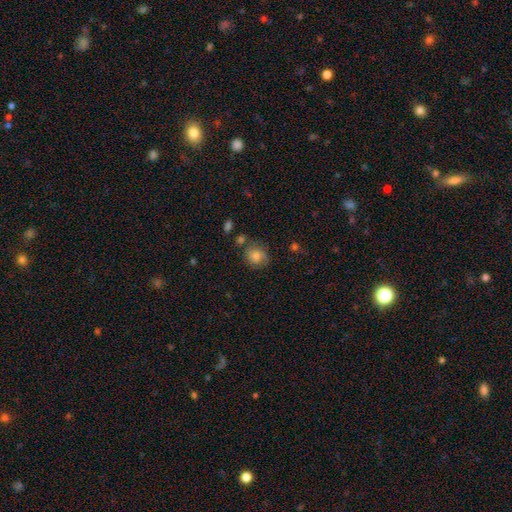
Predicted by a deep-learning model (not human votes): A smooth galaxy with no disk features (66%) that is round (73%).

Vote fractions:
- Smooth or featured? smooth: 66% / featured or disk: 23% / star or artifact: 10%
- How rounded? round: 73% / in between: 26% / cigar-shaped: 1%
- Merging? none: 66% / minor disturbance: 21% / major disturbance: 8% / merger: 5%